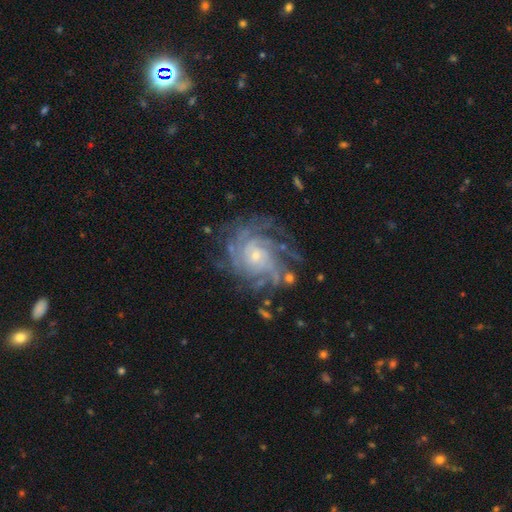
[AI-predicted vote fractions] featured or disk 87%, star or artifact 8%, smooth 5%. Down the decision tree: edge-on disk — no (97%); bar — no (72%); spiral arms — yes (97%); spiral arm count — can't tell (28%); spiral winding — tight (65%); bulge size — small (65%); merging — none (71%).